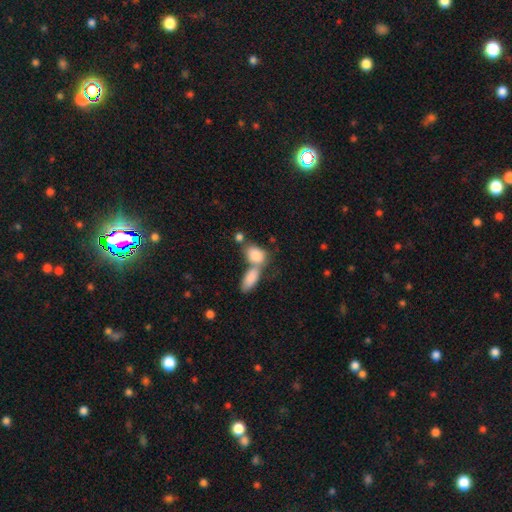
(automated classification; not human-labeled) smooth-or-featured: smooth: 85% | featured or disk: 9% | star or artifact: 6%
  how-rounded: in between: 83% | round: 13% | cigar-shaped: 4%
  merging: merger: 54% | none: 31% | minor disturbance: 10% | major disturbance: 5%